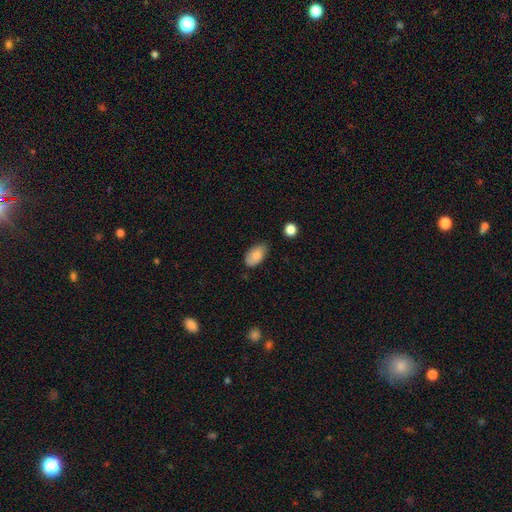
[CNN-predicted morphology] smooth 82%, featured or disk 11%, star or artifact 7%. Down the decision tree: how rounded — in between (93%); merging — none (70%).